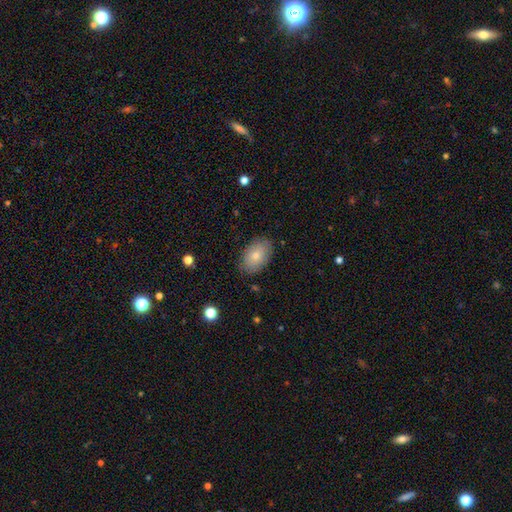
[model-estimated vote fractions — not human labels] This appears to be a smooth galaxy with no disk features (78%) that is in between round and cigar-shaped (90%). Merging: none (83%).